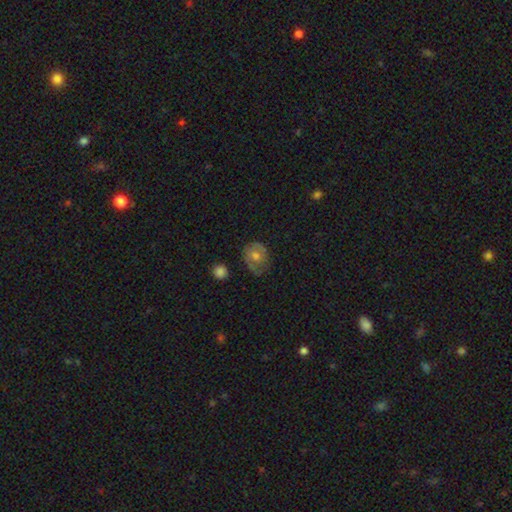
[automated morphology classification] This appears to be a smooth galaxy with no disk features (50%). Merging: none (62%).